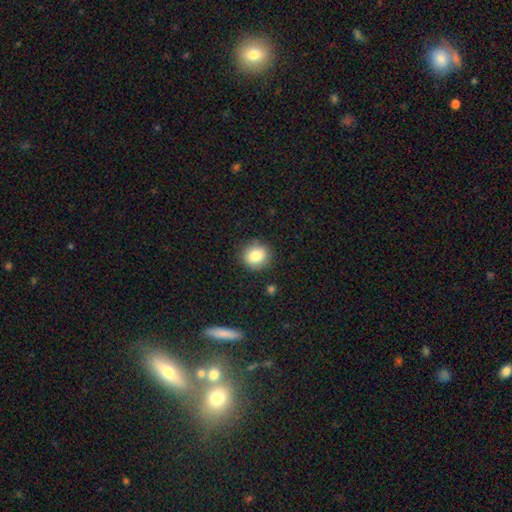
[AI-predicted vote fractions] A smooth galaxy with no disk features (84%) that is round (80%).

Vote fractions:
- Smooth or featured? smooth: 84% / star or artifact: 9% / featured or disk: 7%
- How rounded? round: 80% / in between: 19% / cigar-shaped: 1%
- Merging? none: 87% / minor disturbance: 9% / major disturbance: 3% / merger: 2%